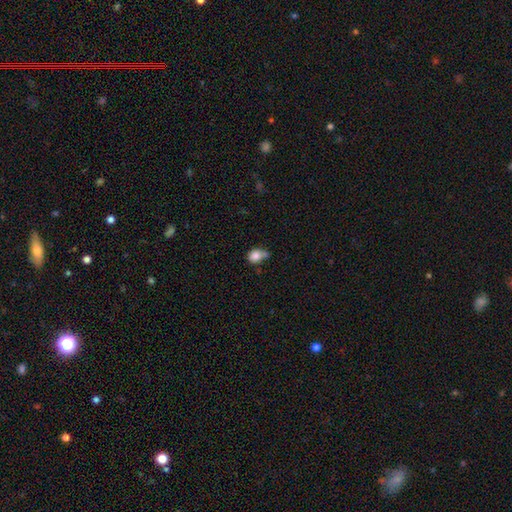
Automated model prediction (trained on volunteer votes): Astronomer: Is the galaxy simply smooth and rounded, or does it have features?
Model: smooth — 82%.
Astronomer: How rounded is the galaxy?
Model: round — 53% (runner-up: in between, 46%).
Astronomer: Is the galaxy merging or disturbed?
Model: none — 39% (runner-up: minor disturbance, 31%).